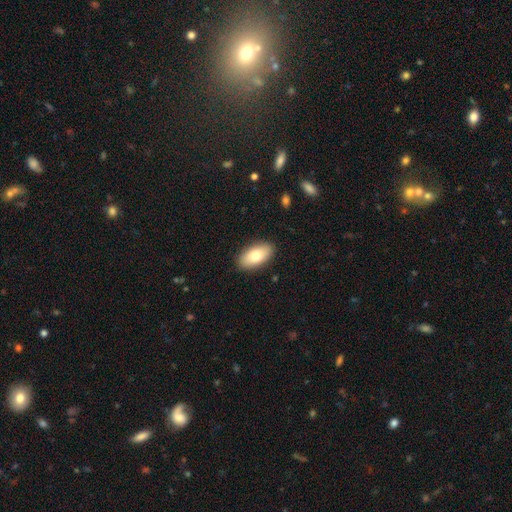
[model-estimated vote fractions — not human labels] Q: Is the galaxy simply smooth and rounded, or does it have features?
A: smooth — 76%.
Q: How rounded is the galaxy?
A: in between — 94%.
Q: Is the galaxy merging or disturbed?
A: none — 89%.